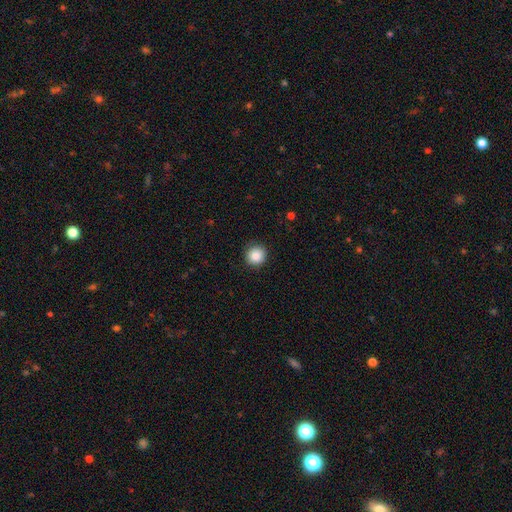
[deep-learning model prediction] A smooth galaxy with no disk features (85%) that is round (94%). Merging: none (90%).